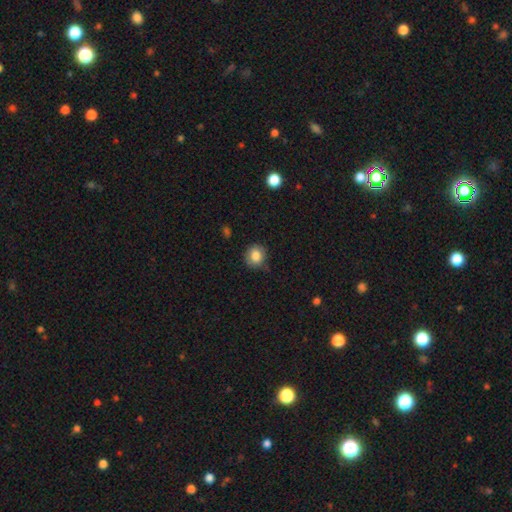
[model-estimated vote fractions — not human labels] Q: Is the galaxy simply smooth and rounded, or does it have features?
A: smooth — 83%.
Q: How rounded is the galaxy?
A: round — 78%.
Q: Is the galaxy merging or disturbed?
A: none — 81%.